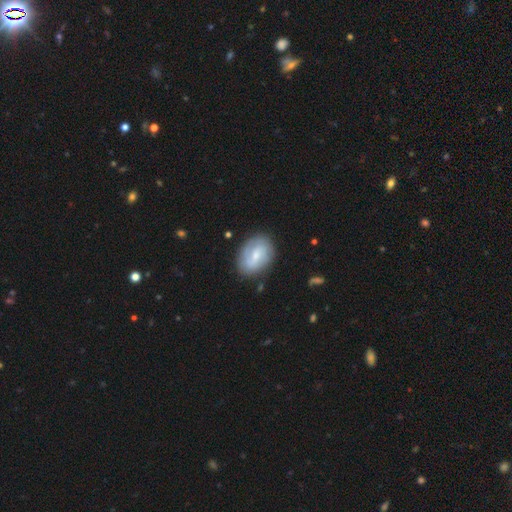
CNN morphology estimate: This appears to be a featured or disk galaxy (58%) with a weak bar (55%), spiral arms (82%) and a small central bulge (57%). Merging: none (78%).